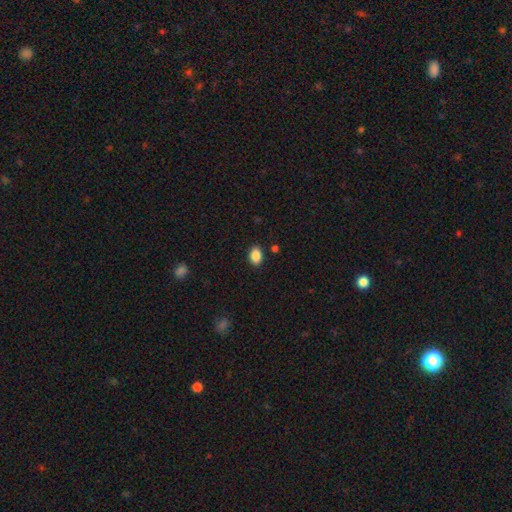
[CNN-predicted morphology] A smooth galaxy with no disk features (88%) that is in between round and cigar-shaped (80%).

Vote fractions:
- Smooth or featured? smooth: 88% / star or artifact: 9% / featured or disk: 3%
- How rounded? in between: 80% / round: 19% / cigar-shaped: 1%
- Merging? none: 88% / minor disturbance: 8% / major disturbance: 2% / merger: 2%